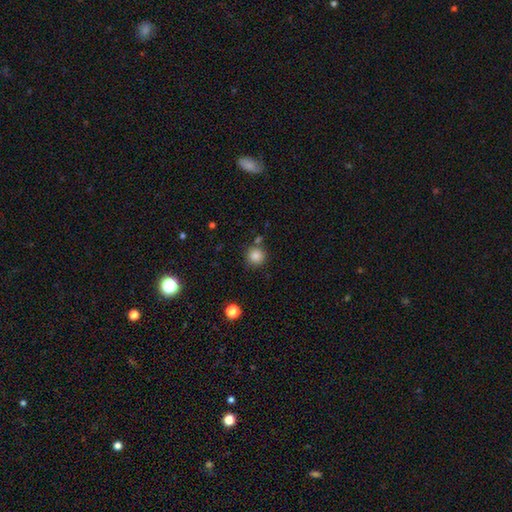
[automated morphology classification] This is clearly a smooth galaxy (84%). How rounded: clearly round (94%). Merging: likely none (79%).